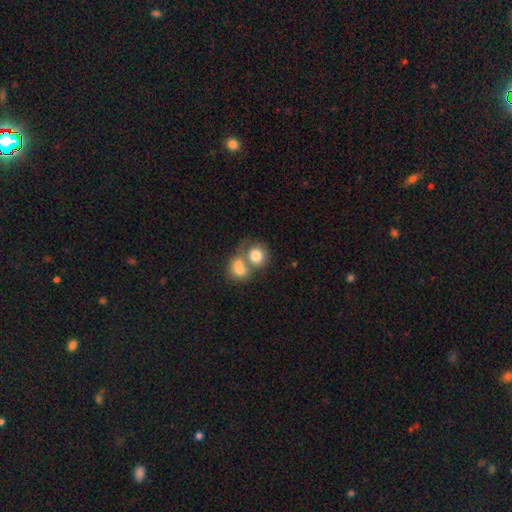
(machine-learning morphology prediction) Smooth or featured: smooth — 76% (featured or disk — 15%)
How rounded: round — 76% (in between — 23%)
Merging: merger — 58% (none — 30%)